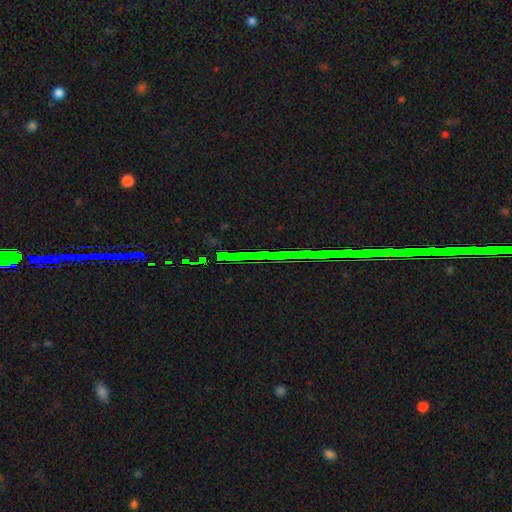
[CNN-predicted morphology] type=star or artifact (84%).